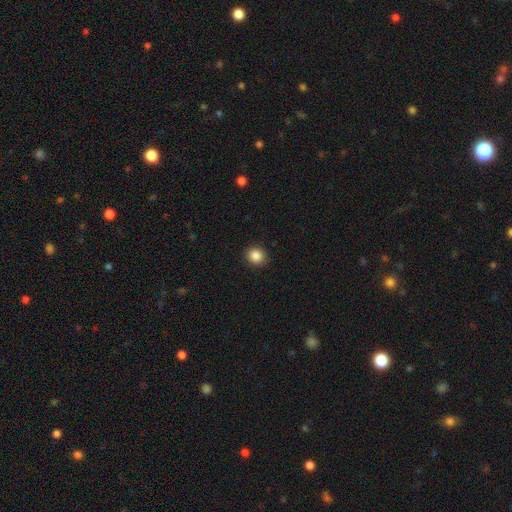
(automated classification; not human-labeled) Overall: smooth (87%). How rounded: round (77%). Merging: none (91%).